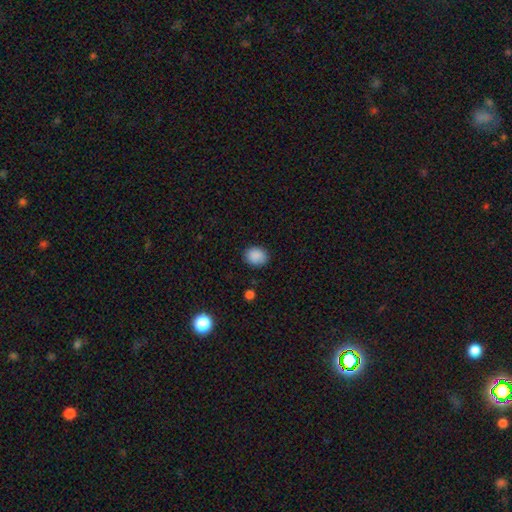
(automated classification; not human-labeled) smooth-or-featured: smooth: 88% | star or artifact: 9% | featured or disk: 3%
  how-rounded: round: 60% | in between: 39% | cigar-shaped: 1%
  merging: none: 85% | minor disturbance: 11% | major disturbance: 3% | merger: 1%